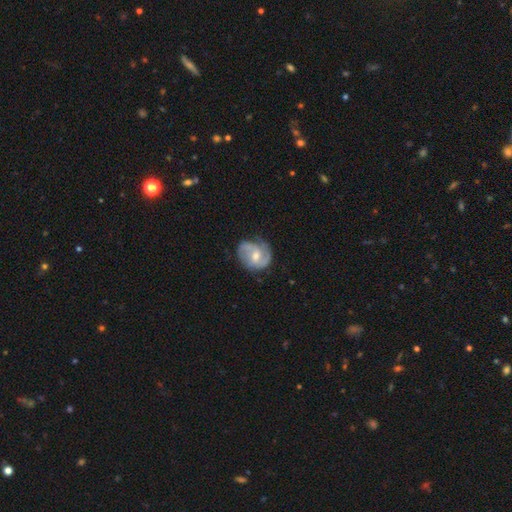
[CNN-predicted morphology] A featured or disk galaxy (73%) with a weak bar (51%), 2 (69%) medium (46%) spiral arms (91%) and a moderate central bulge (60%). Merging: none (63%).